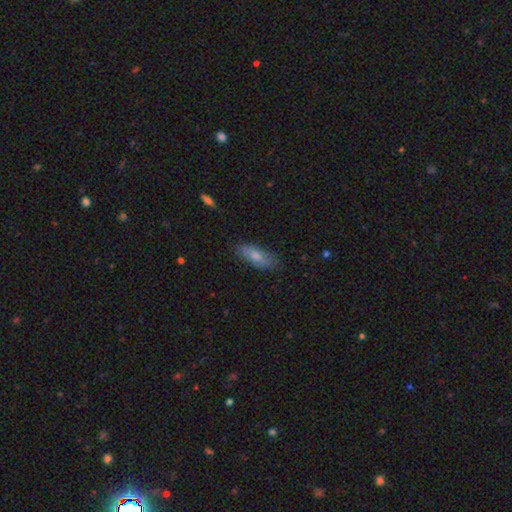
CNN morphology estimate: smooth 73%, featured or disk 20%, star or artifact 6%. Down the decision tree: how rounded — in between (66%); merging — none (78%).